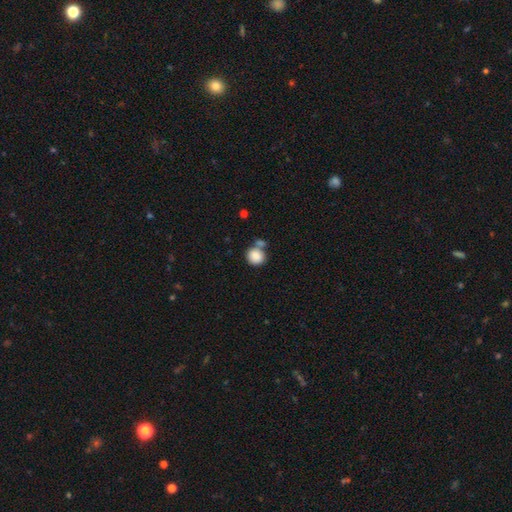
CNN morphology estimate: smooth_or_featured: smooth (p=0.87) [alt: star or artifact p=0.08]
how_rounded: round (p=0.83) [alt: in between p=0.16]
merging: none (p=0.55) [alt: merger p=0.29]